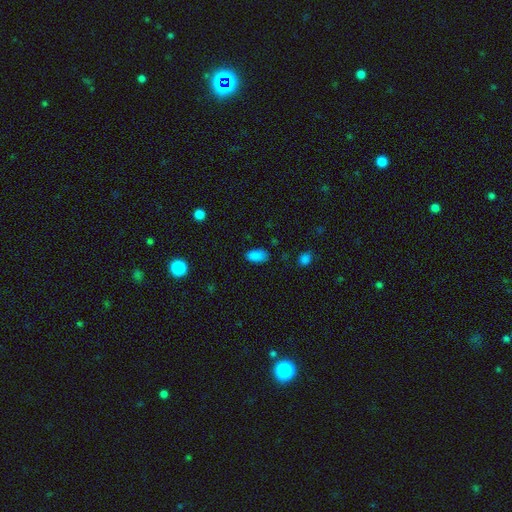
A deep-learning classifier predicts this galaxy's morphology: Smooth or featured? Predicted: smooth (p=0.86). How rounded? Predicted: in between (p=0.93). Merging? Predicted: none (p=0.78).